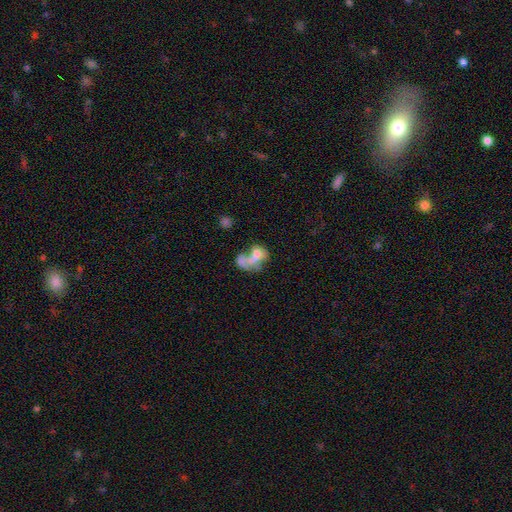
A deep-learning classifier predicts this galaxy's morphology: A featured or disk galaxy (44%). Merging: merger (42%).